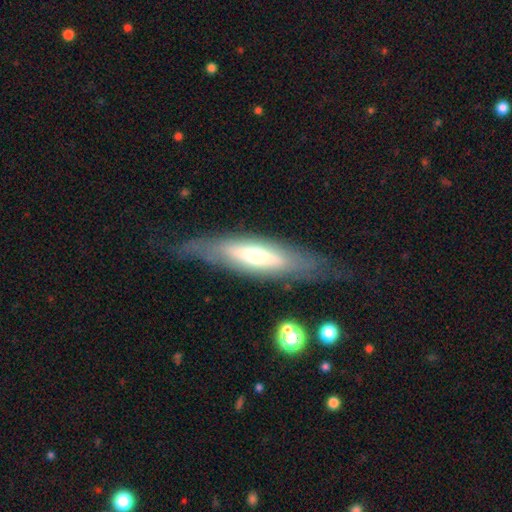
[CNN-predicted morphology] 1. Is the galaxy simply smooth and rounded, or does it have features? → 60% featured or disk, 34% smooth, 7% star or artifact.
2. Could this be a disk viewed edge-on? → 70% yes, 30% no.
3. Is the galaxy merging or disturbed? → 73% none, 17% minor disturbance, 8% major disturbance, 2% merger.